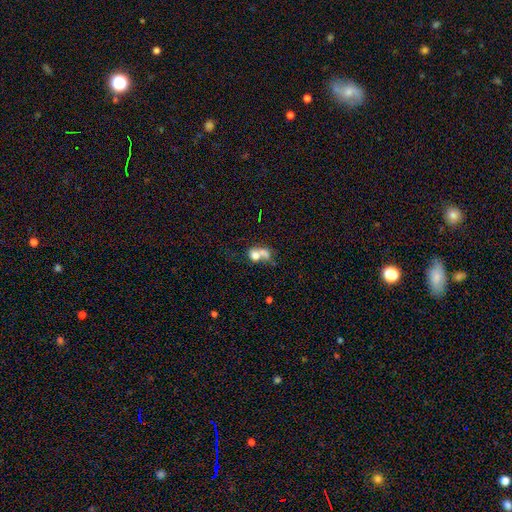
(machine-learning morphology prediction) smooth 63%, featured or disk 25%, star or artifact 11%. Down the decision tree: how rounded — in between (58%); merging — merger (59%).